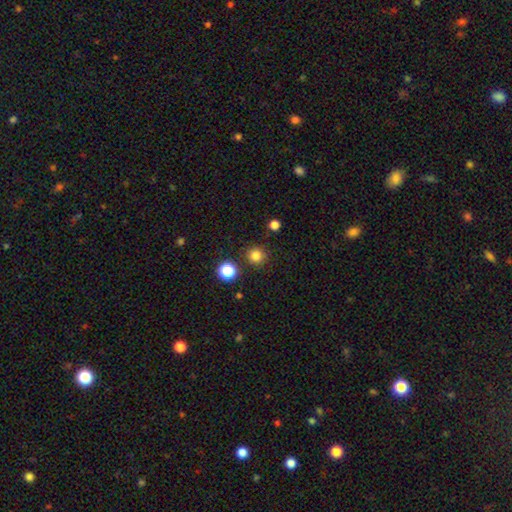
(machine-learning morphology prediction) A smooth galaxy with no disk features (81%) that is round (95%).

Vote fractions:
- Smooth or featured? smooth: 81% / star or artifact: 14% / featured or disk: 5%
- How rounded? round: 95% / in between: 4% / cigar-shaped: 1%
- Merging? none: 89% / minor disturbance: 6% / merger: 3% / major disturbance: 2%